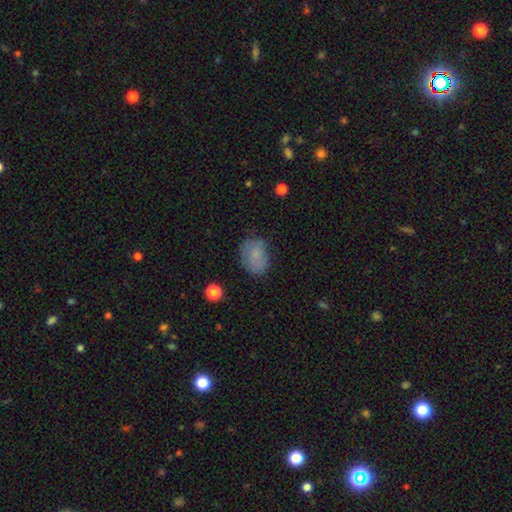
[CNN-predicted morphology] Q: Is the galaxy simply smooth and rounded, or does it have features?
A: smooth — 78%.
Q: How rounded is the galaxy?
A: in between — 71%.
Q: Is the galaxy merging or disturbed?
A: none — 65%.